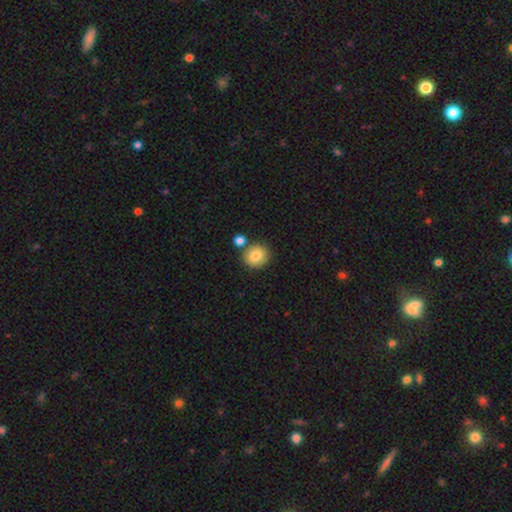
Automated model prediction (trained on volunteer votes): Smooth or featured? Predicted: smooth (p=0.83). How rounded? Predicted: round (p=0.84). Merging? Predicted: none (p=0.76).